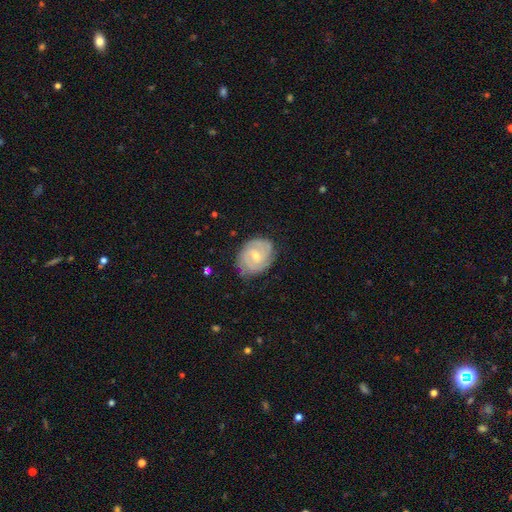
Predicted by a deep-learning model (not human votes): Smooth or featured? featured or disk (82%)
Edge-on disk? no (98%)
Bar? weak (49%)
Spiral arms? yes (96%)
Spiral winding? tight (66%)
Spiral arm count? 2 (44%)
Bulge size? moderate (49%)
Merging? none (77%)